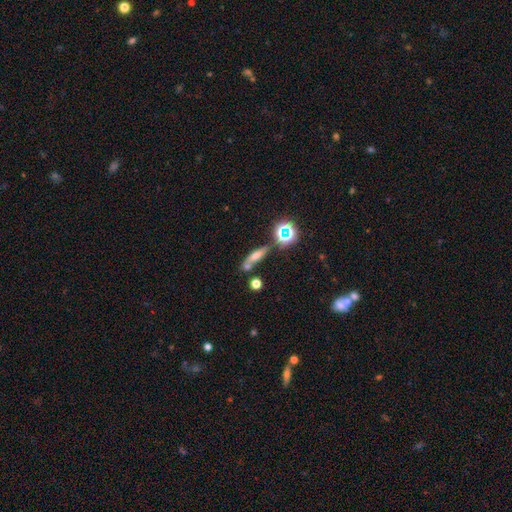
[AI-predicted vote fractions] Smooth or featured?
  - smooth: 52% *
  - featured or disk: 27%
  - star or artifact: 21%
How rounded?
  - cigar-shaped: 62% *
  - in between: 26%
  - round: 12%
Merging?
  - none: 62% *
  - merger: 17%
  - minor disturbance: 14%
  - major disturbance: 6%